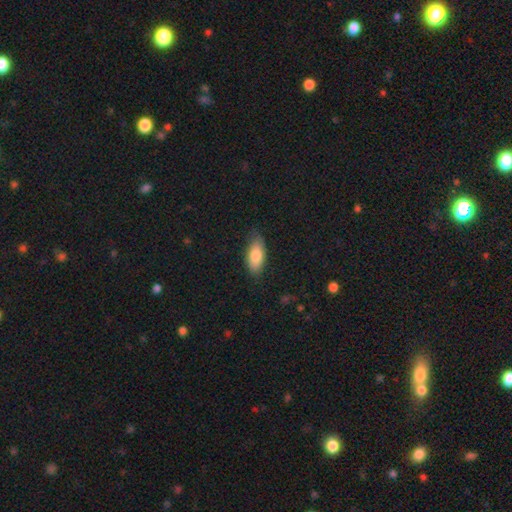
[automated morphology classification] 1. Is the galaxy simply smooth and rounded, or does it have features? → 81% smooth, 13% featured or disk, 6% star or artifact.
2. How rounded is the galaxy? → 85% in between, 13% cigar-shaped, 2% round.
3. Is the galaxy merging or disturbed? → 78% none, 17% minor disturbance, 3% major disturbance, 1% merger.